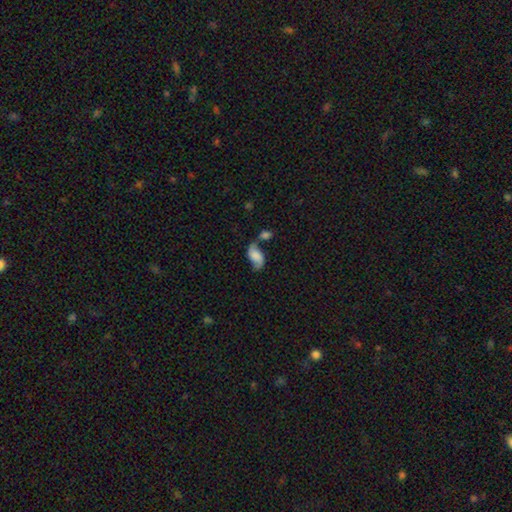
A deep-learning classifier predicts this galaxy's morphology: smooth_or_featured: featured or disk (p=0.46) [alt: smooth p=0.45]
merging: none (p=0.41) [alt: merger p=0.28]